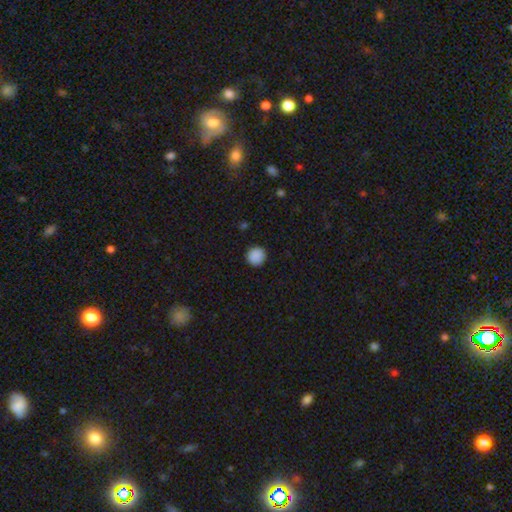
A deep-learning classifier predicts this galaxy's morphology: Q: Smooth or featured?
A: smooth (89%); runner-up: star or artifact (9%)
Q: How rounded?
A: round (95%); runner-up: in between (4%)
Q: Merging?
A: none (92%); runner-up: minor disturbance (5%)